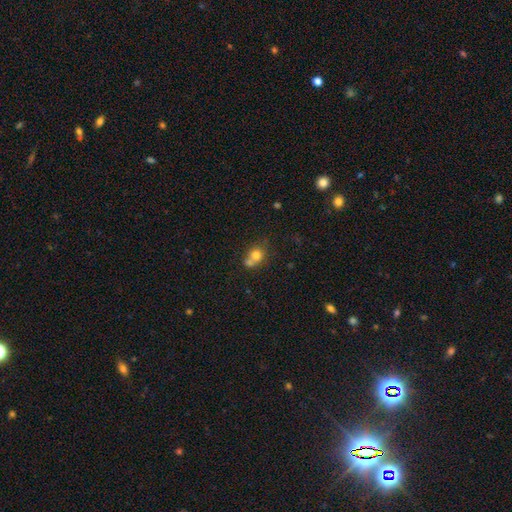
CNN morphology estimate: Smooth or featured? Predicted: smooth (p=0.75). How rounded? Predicted: round (p=0.70). Merging? Predicted: merger (p=0.51).